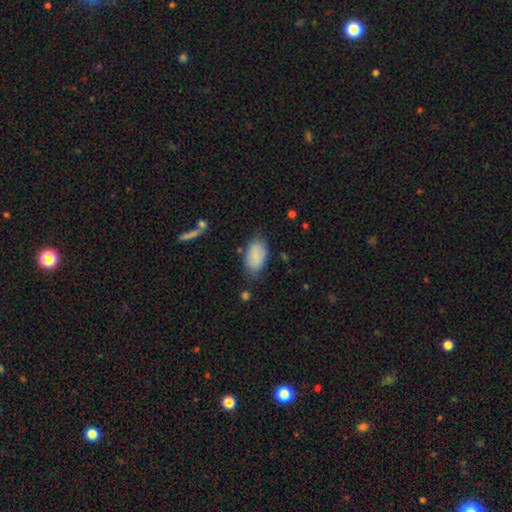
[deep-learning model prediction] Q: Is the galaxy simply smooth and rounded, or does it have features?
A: smooth — 85%.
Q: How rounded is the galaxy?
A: in between — 93%.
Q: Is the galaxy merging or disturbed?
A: none — 74%.